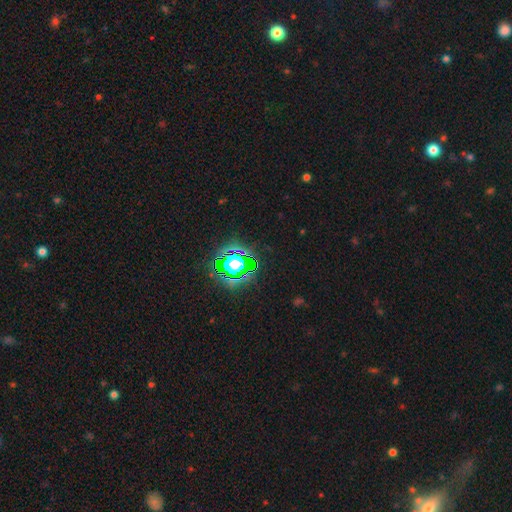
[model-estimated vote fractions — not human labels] This appears to be a star or artifact, not a galaxy (82%).